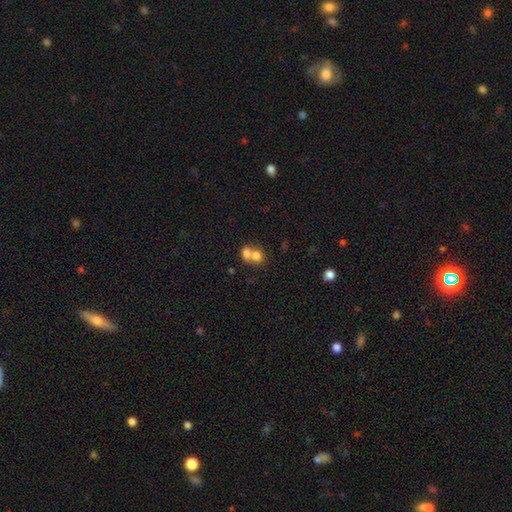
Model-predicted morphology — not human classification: Smooth or featured? Predicted: smooth (p=0.74). How rounded? Predicted: round (p=0.67). Merging? Predicted: merger (p=0.66).